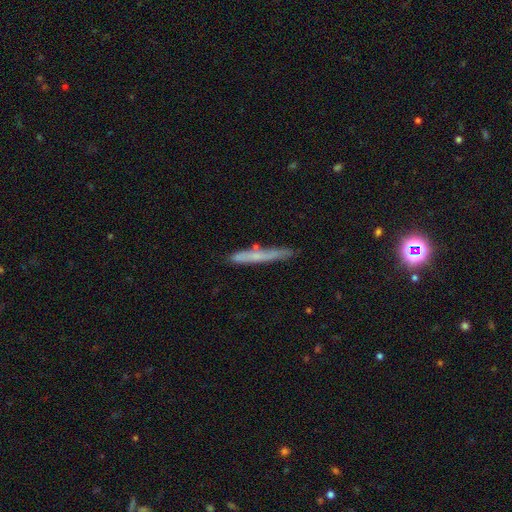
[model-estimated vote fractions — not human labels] Smooth or featured?
  - smooth: 56% *
  - featured or disk: 36%
  - star or artifact: 7%
How rounded?
  - cigar-shaped: 96% *
  - in between: 3%
  - round: 1%
Merging?
  - none: 76% *
  - minor disturbance: 17%
  - merger: 4%
  - major disturbance: 3%